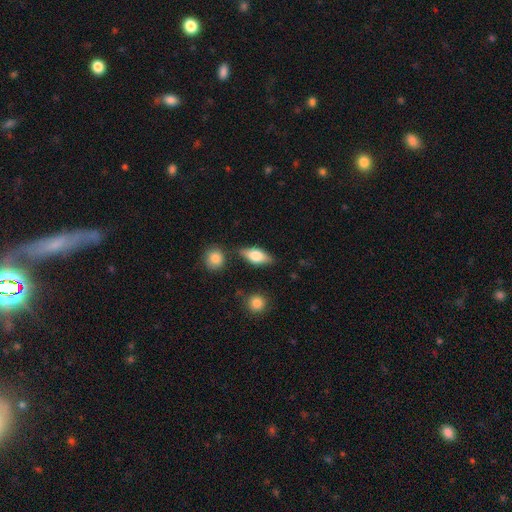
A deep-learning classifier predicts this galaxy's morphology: A smooth galaxy with no disk features (63%) that is in between round and cigar-shaped (78%).

Vote fractions:
- Smooth or featured? smooth: 63% / featured or disk: 30% / star or artifact: 7%
- How rounded? in between: 78% / cigar-shaped: 17% / round: 5%
- Merging? none: 78% / minor disturbance: 13% / merger: 5% / major disturbance: 3%